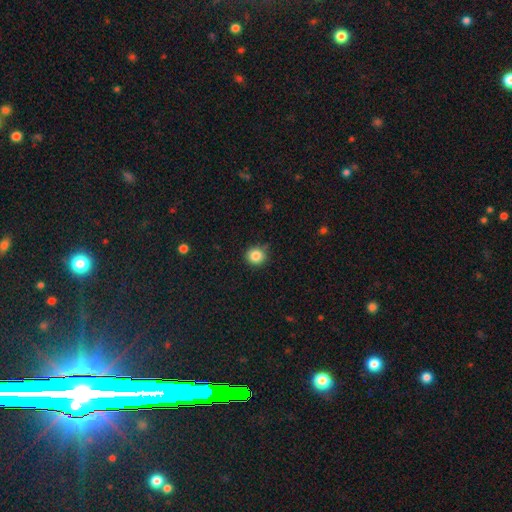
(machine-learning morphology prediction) smooth 85%, star or artifact 11%, featured or disk 4%. Down the decision tree: how rounded — round (91%); merging — none (83%).